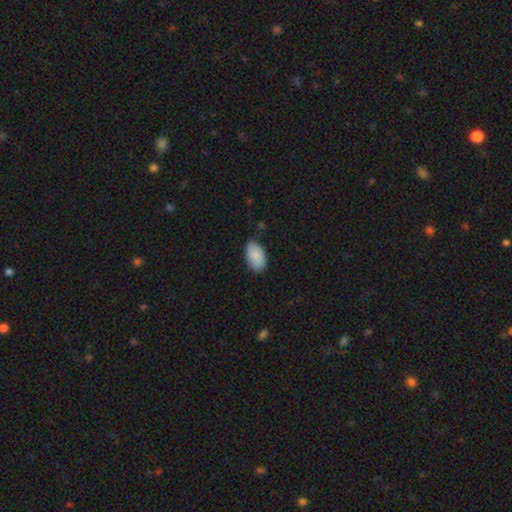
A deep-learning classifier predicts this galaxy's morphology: smooth 88%, featured or disk 6%, star or artifact 6%. Down the decision tree: how rounded — in between (94%); merging — none (80%).